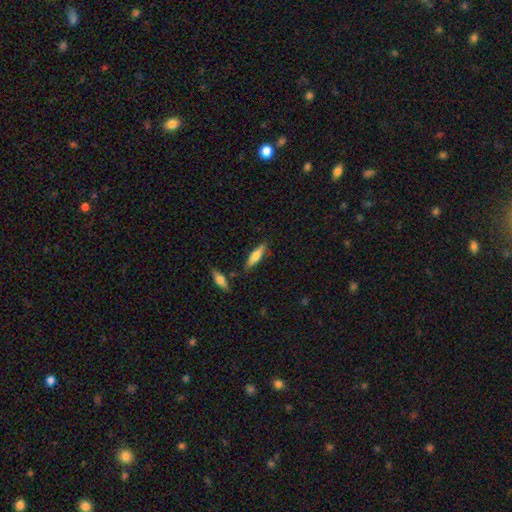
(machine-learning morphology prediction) Smooth or featured?
  - smooth: 67% *
  - featured or disk: 28%
  - star or artifact: 6%
How rounded?
  - cigar-shaped: 62% *
  - in between: 37%
  - round: 2%
Merging?
  - none: 80% *
  - minor disturbance: 12%
  - merger: 5%
  - major disturbance: 3%